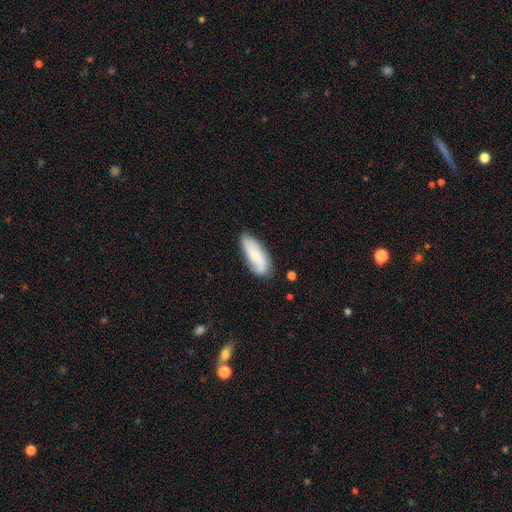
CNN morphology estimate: This appears to be a smooth galaxy with no disk features (53%) that is in between round and cigar-shaped (74%). Merging: none (72%).